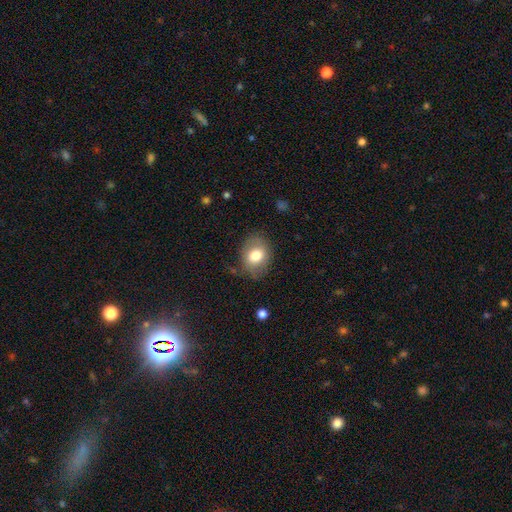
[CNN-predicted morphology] The model was most divided on "how rounded": in between: 56%, round: 43%, cigar-shaped: 1%. More confident: smooth or featured — smooth (76%); merging — none (74%).